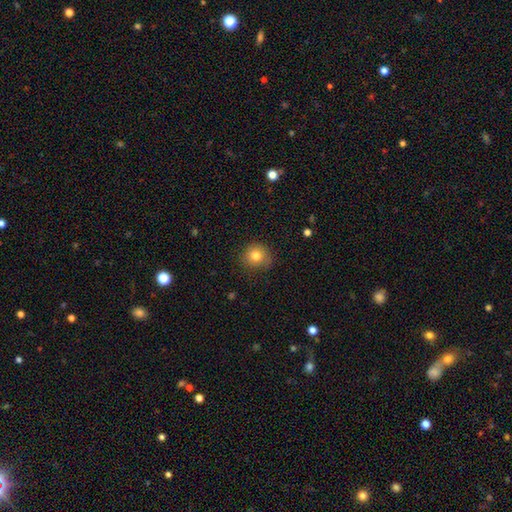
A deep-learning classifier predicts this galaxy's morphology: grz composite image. It shows a smooth galaxy with no disk features (81%) that is round (86%). Merging: none (81%).